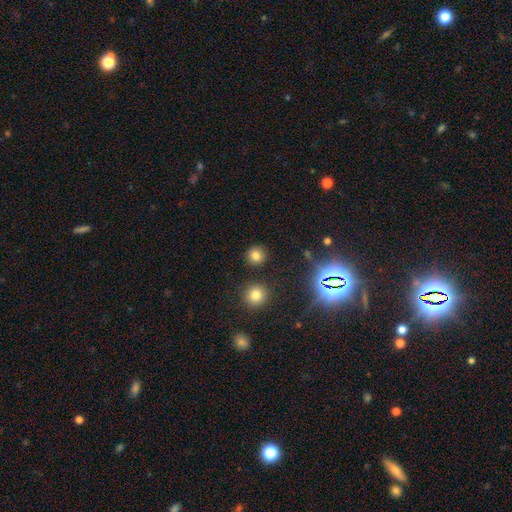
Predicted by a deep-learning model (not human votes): Overall: smooth (77%). How rounded: round (92%). Merging: none (88%).